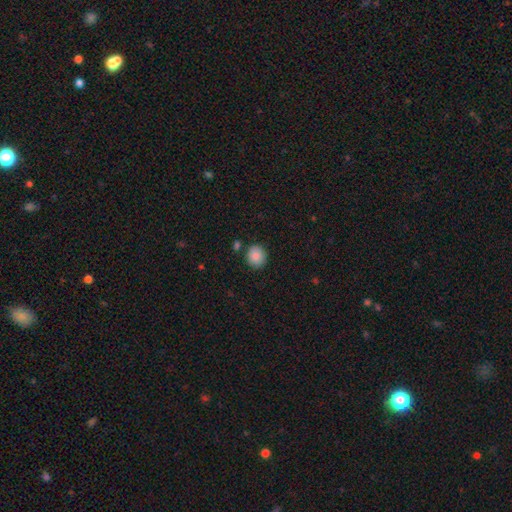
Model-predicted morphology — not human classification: Overall: smooth (86%). How rounded: round (86%). Merging: none (85%).